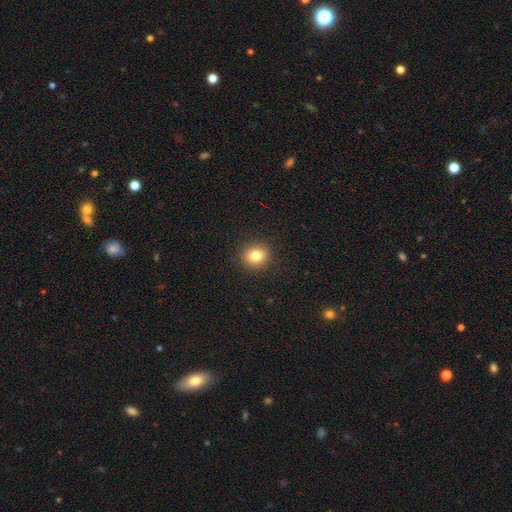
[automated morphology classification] smooth_or_featured: smooth (p=0.81) [alt: star or artifact p=0.11]
how_rounded: round (p=0.80) [alt: in between p=0.19]
merging: none (p=0.91) [alt: minor disturbance p=0.06]